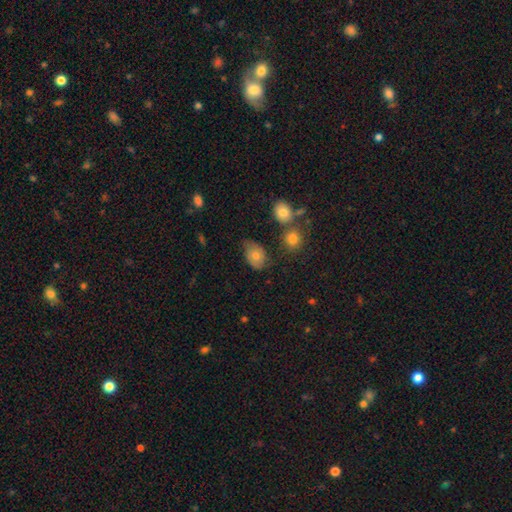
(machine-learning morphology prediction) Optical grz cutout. It shows a smooth galaxy with no disk features (62%) that is in between round and cigar-shaped (71%). Merging: none (54%).